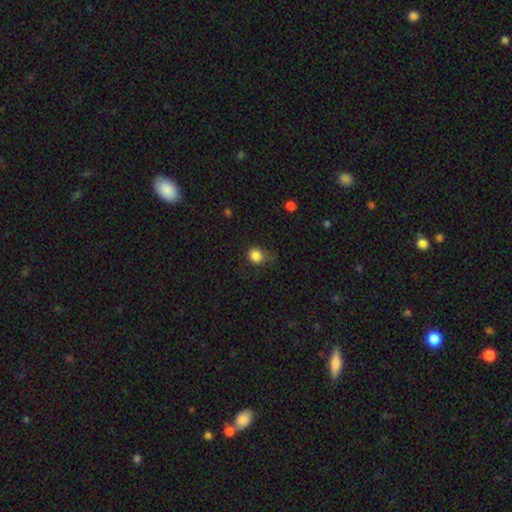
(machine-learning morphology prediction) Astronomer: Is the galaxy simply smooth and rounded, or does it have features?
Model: smooth — 84%.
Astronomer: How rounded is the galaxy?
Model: round — 70%.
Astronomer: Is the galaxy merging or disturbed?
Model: none — 60%.